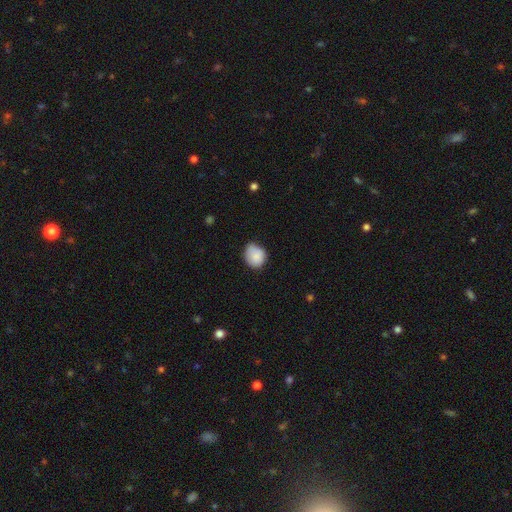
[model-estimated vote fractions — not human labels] This is clearly a smooth galaxy (85%). How rounded: likely round (62%). Merging: possibly none (51%).